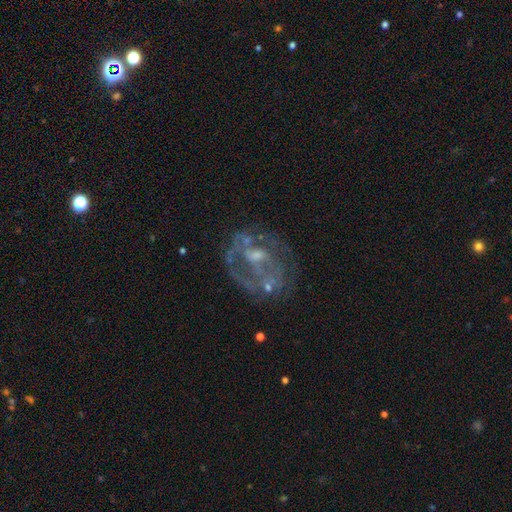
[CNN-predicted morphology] The model was most divided on "bar": no: 53%, weak: 34%, strong: 13%. More confident: edge-on disk — no (97%); smooth or featured — featured or disk (73%); merging — none (65%); spiral arms — yes (64%); bulge size — small (56%).